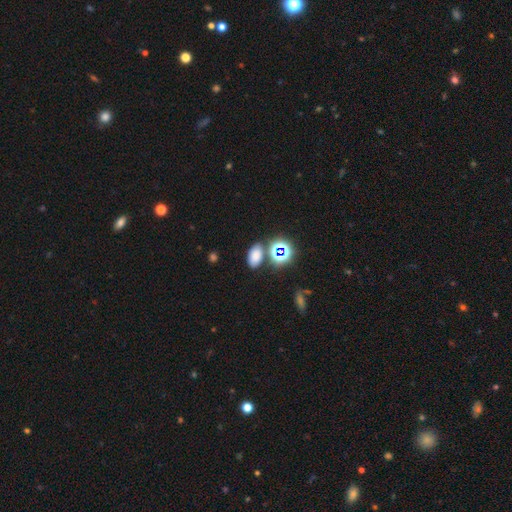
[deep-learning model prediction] Morphology: type=smooth (72%); roundness=in between (83%); merging=none (76%).